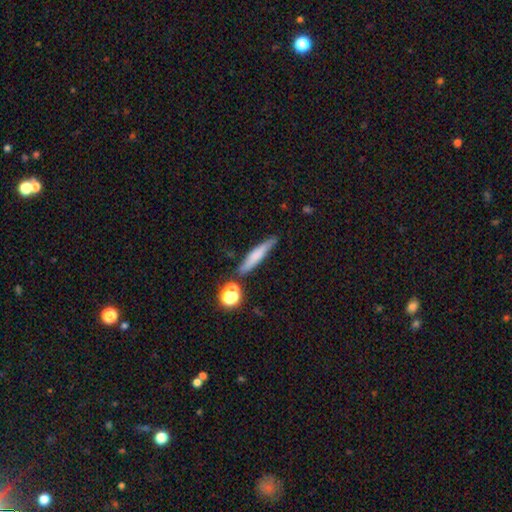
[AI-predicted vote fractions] Smooth or featured? Predicted: smooth (p=0.62). How rounded? Predicted: cigar-shaped (p=0.88). Merging? Predicted: none (p=0.76).